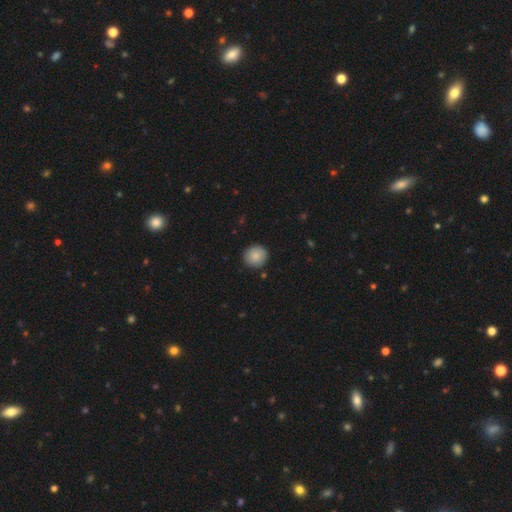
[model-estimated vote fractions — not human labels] smooth_or_featured: smooth (p=0.86) [alt: star or artifact p=0.07]
how_rounded: round (p=0.91) [alt: in between p=0.08]
merging: none (p=0.90) [alt: minor disturbance p=0.07]